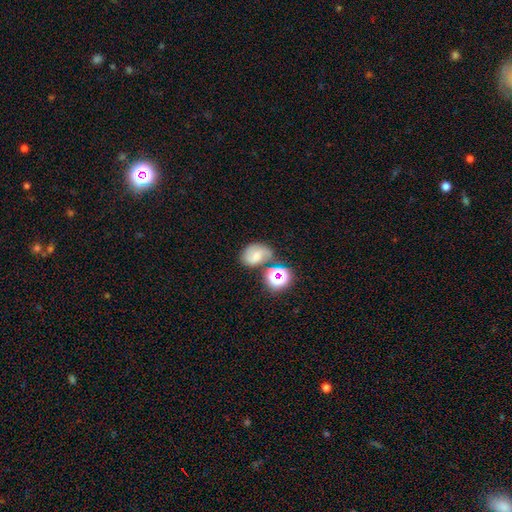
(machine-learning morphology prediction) Smooth or featured? Predicted: featured or disk (p=0.42). Merging? Predicted: none (p=0.53).